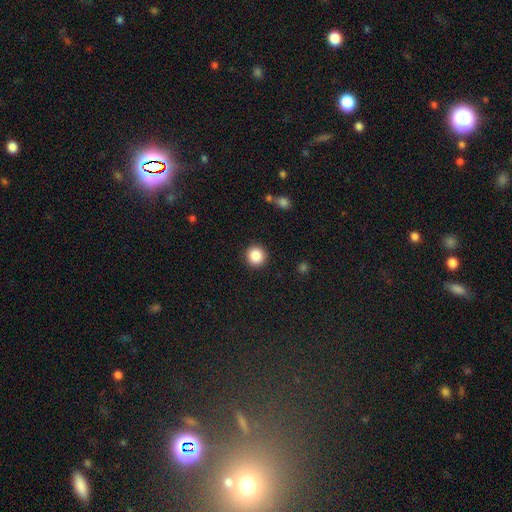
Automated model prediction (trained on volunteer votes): smooth-or-featured: smooth: 87% | star or artifact: 9% | featured or disk: 4%
  how-rounded: round: 94% | in between: 5% | cigar-shaped: 1%
  merging: none: 92% | minor disturbance: 5% | major disturbance: 2% | merger: 1%